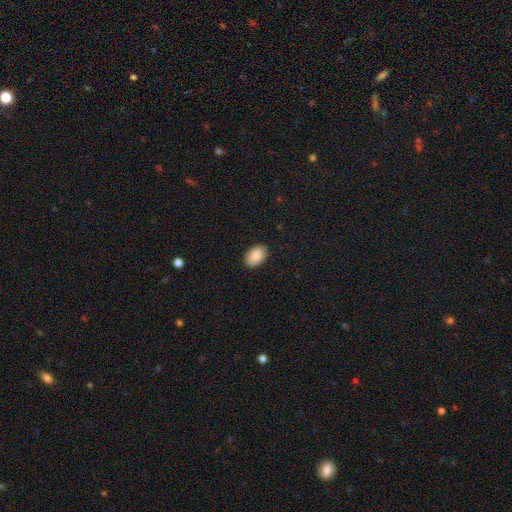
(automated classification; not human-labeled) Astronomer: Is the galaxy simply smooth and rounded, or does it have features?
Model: smooth — 89%.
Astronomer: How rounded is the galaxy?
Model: in between — 89%.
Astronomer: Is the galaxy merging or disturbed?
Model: none — 88%.